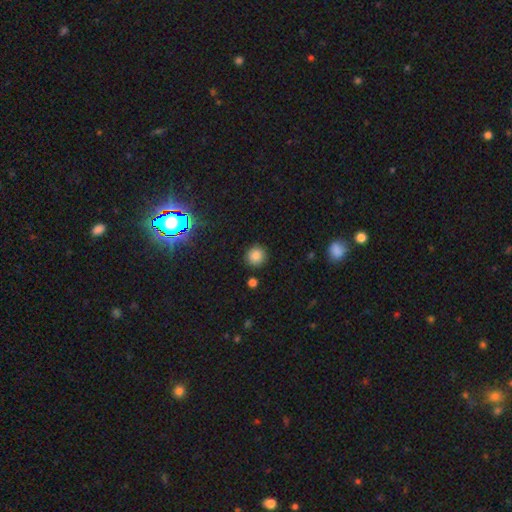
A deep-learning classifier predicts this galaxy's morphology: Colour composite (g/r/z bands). It shows a smooth galaxy with no disk features (83%) that is round (93%). Merging: none (89%).